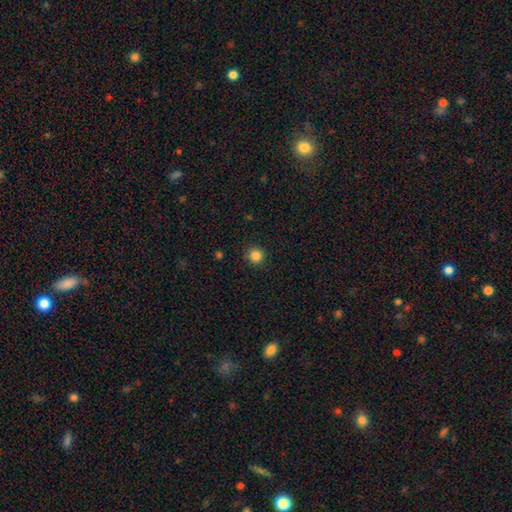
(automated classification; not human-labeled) Smooth or featured: smooth — 85% (star or artifact — 11%)
How rounded: round — 95% (in between — 4%)
Merging: none — 90% (minor disturbance — 7%)